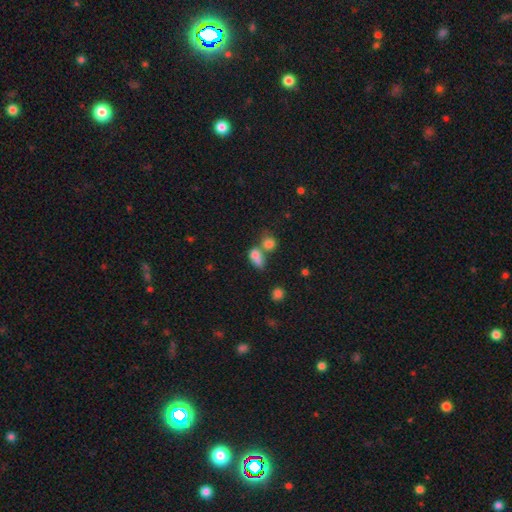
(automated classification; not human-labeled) This appears to be a smooth galaxy with no disk features (76%) that is in between round and cigar-shaped (71%). Merging: merger (51%).